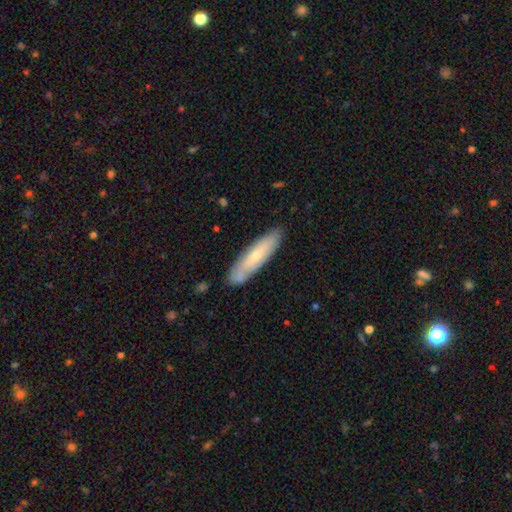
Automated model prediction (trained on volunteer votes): Q: Smooth or featured?
A: smooth (57%); runner-up: featured or disk (37%)
Q: How rounded?
A: cigar-shaped (74%); runner-up: in between (24%)
Q: Merging?
A: none (83%); runner-up: minor disturbance (12%)